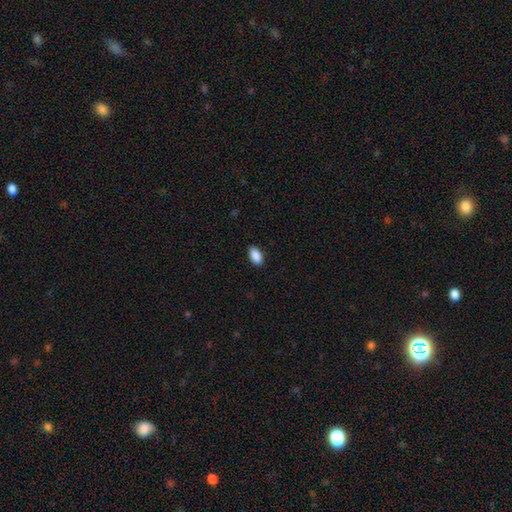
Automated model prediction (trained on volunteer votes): Smooth or featured: smooth — 90% (star or artifact — 7%)
How rounded: in between — 94% (round — 4%)
Merging: none — 89% (minor disturbance — 8%)